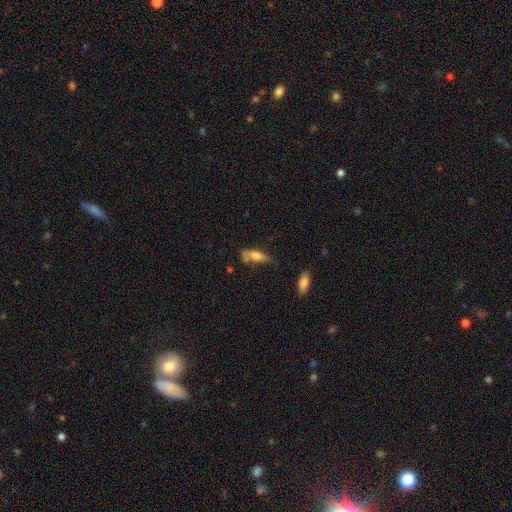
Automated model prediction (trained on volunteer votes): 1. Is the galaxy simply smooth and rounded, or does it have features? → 69% smooth, 24% featured or disk, 7% star or artifact.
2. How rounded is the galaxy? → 57% in between, 41% cigar-shaped, 3% round.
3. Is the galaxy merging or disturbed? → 44% none, 31% minor disturbance, 14% major disturbance, 11% merger.